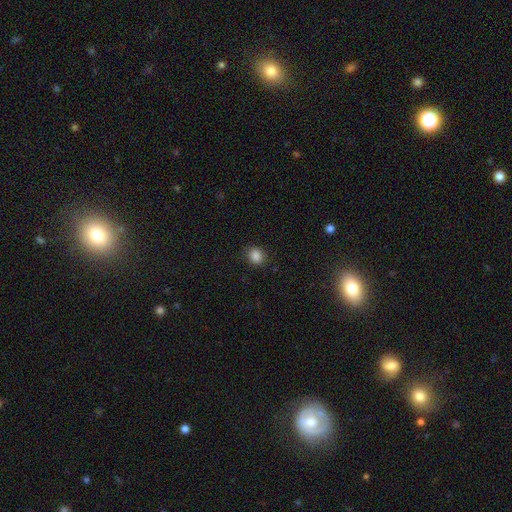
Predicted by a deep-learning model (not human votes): The model was most divided on "how rounded": round: 67%, in between: 32%, cigar-shaped: 1%. More confident: merging — none (86%); smooth or featured — smooth (86%).